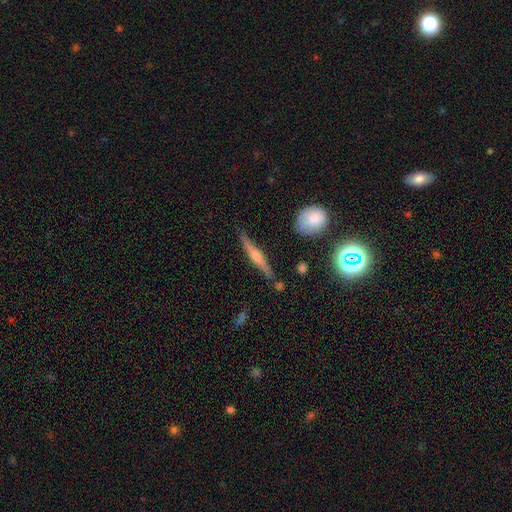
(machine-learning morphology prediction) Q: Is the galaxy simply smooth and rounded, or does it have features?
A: featured or disk — 66%.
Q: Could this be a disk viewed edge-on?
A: yes — 97%.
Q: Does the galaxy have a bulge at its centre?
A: rounded — 82%.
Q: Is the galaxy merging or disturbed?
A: none — 85%.